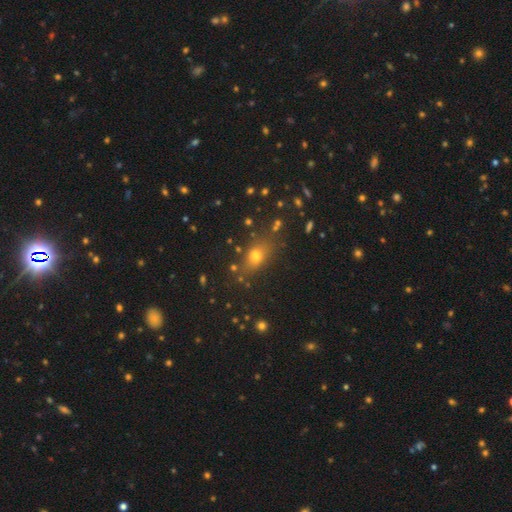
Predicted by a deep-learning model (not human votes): Morphology: type=smooth (66%); roundness=in between (62%); merging=none (76%).